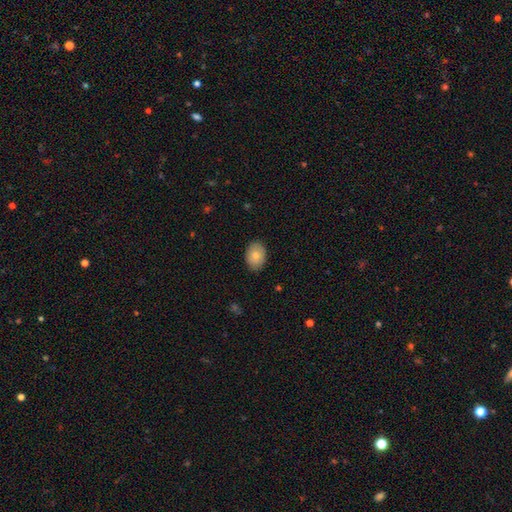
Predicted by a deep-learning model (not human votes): This is likely a smooth galaxy (79%). How rounded: likely in between (74%). Merging: clearly none (86%).